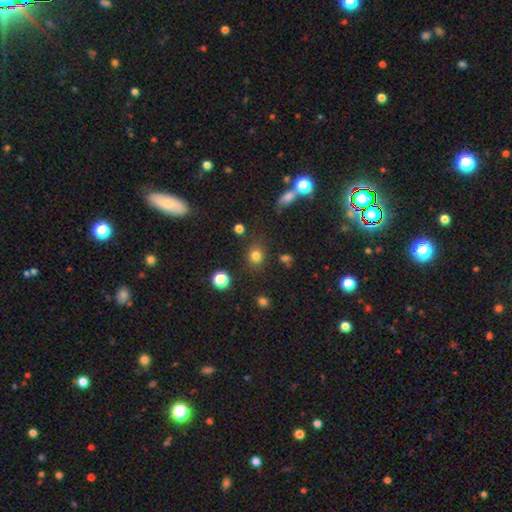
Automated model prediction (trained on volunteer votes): Smooth or featured? Predicted: smooth (p=0.78). How rounded? Predicted: round (p=0.78). Merging? Predicted: none (p=0.82).